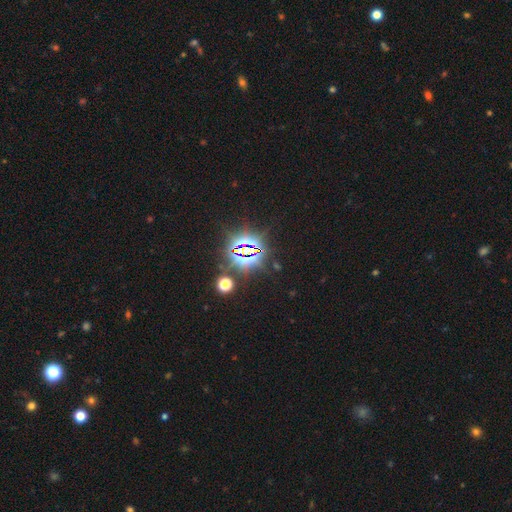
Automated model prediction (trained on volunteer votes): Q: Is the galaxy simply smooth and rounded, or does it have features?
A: star or artifact — 83%.